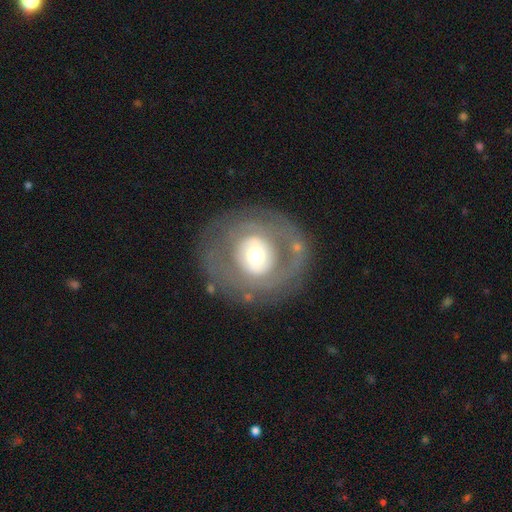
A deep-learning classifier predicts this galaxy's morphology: This appears to be a featured or disk galaxy (57%) with no bar (75%), no spiral arms (76%) and a moderate central bulge (59%). Merging: none (76%).